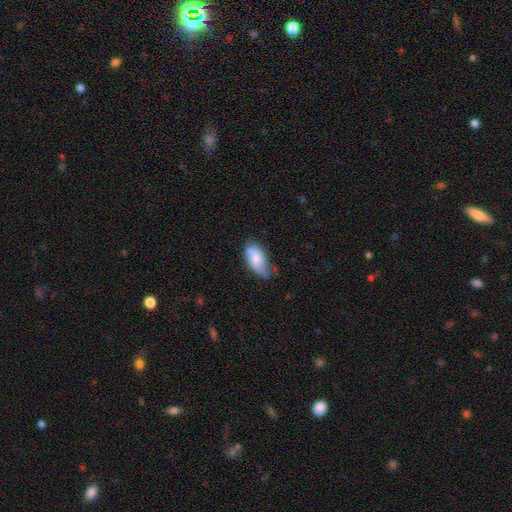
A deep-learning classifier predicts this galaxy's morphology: Smooth or featured? smooth (56%)
How rounded? in between (91%)
Merging? none (56%)